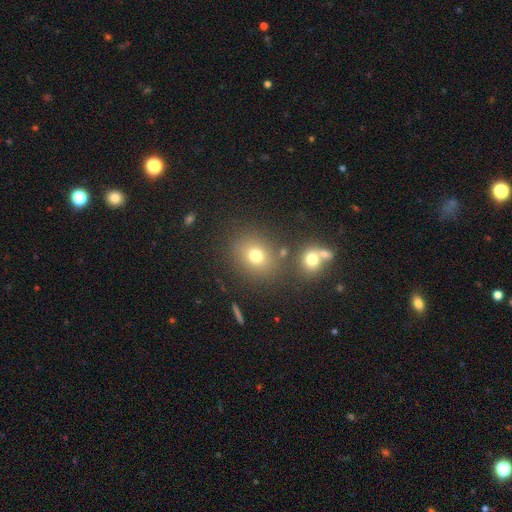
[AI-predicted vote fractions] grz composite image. It shows a smooth galaxy with no disk features (72%) that is round (66%). Merging: none (74%).